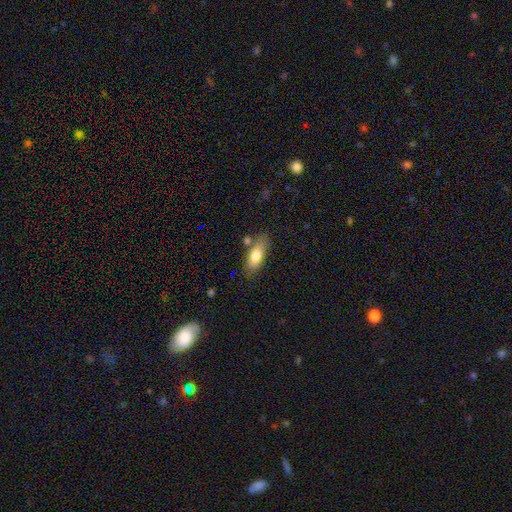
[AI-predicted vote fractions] smooth 77%, featured or disk 16%, star or artifact 7%. Down the decision tree: how rounded — in between (80%); merging — none (72%).